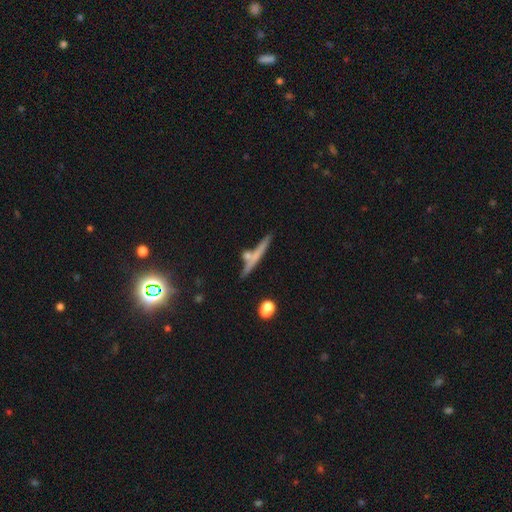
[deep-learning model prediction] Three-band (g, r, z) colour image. It shows a featured or disk galaxy (47%). Merging: none (68%).